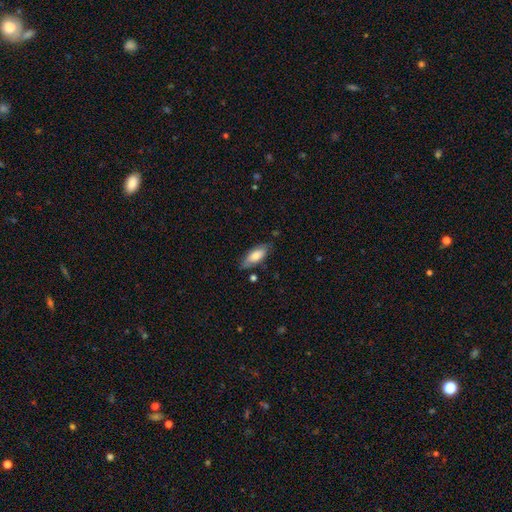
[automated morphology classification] Q: Smooth or featured?
A: smooth (67%); runner-up: featured or disk (27%)
Q: How rounded?
A: in between (78%); runner-up: cigar-shaped (20%)
Q: Merging?
A: none (74%); runner-up: minor disturbance (20%)